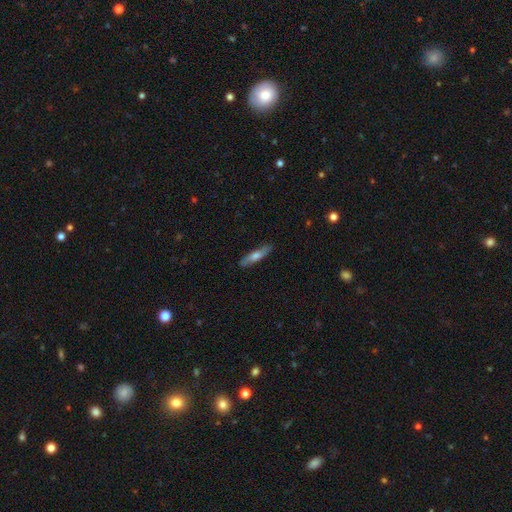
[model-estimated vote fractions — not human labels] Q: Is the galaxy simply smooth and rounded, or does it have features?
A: smooth — 57%.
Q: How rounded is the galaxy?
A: cigar-shaped — 85%.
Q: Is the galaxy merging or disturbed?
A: none — 88%.